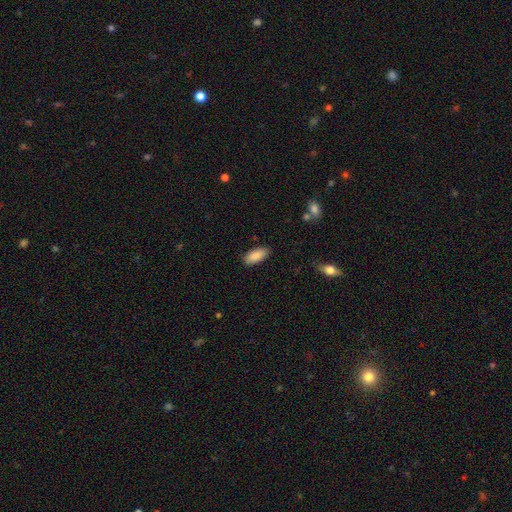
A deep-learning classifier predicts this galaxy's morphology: Smooth or featured? Predicted: smooth (p=0.89). How rounded? Predicted: in between (p=0.88). Merging? Predicted: none (p=0.87).